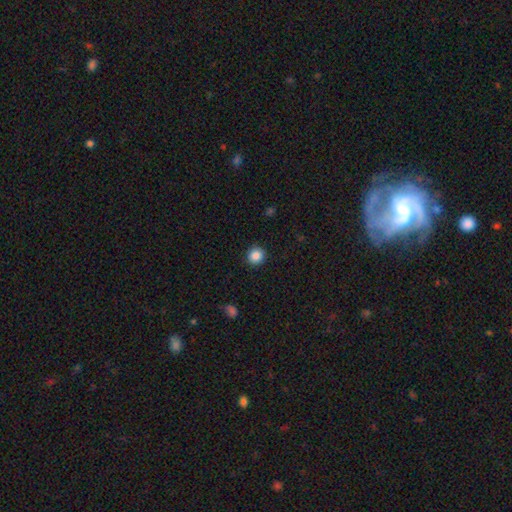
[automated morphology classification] A smooth galaxy with no disk features (87%) that is round (91%).

Vote fractions:
- Smooth or featured? smooth: 87% / star or artifact: 10% / featured or disk: 3%
- How rounded? round: 91% / in between: 8% / cigar-shaped: 1%
- Merging? none: 91% / minor disturbance: 6% / major disturbance: 2% / merger: 1%